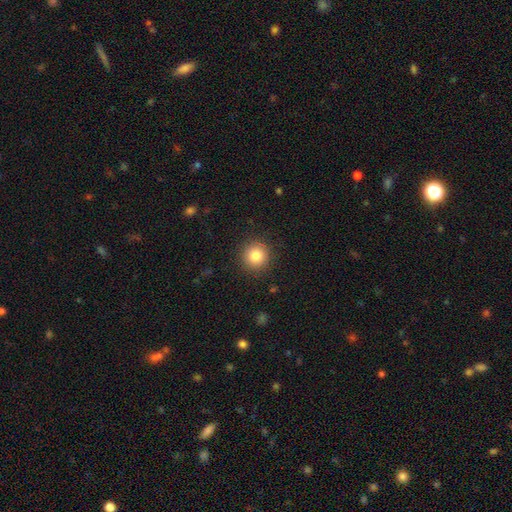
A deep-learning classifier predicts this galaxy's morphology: This is clearly a smooth galaxy (83%). How rounded: clearly round (94%). Merging: clearly none (90%).